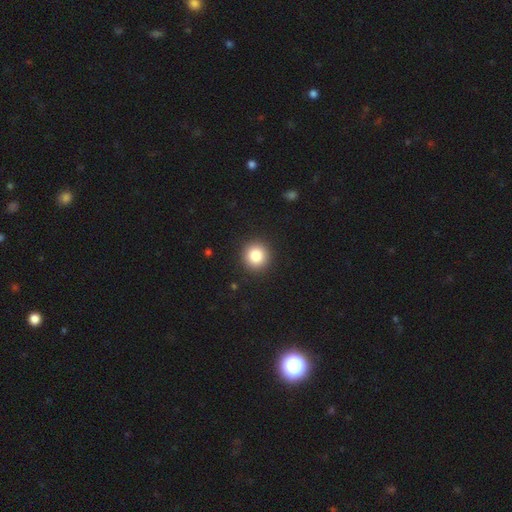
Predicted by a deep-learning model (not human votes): Smooth or featured?
  - smooth: 84% *
  - star or artifact: 10%
  - featured or disk: 6%
How rounded?
  - round: 94% *
  - in between: 5%
  - cigar-shaped: 1%
Merging?
  - none: 92% *
  - minor disturbance: 5%
  - major disturbance: 2%
  - merger: 1%